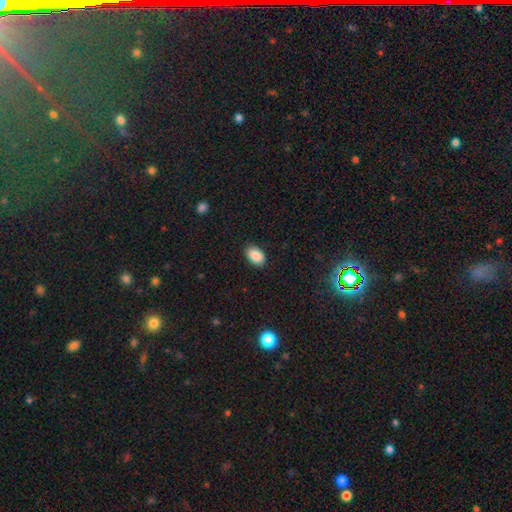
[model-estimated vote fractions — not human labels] Q: Smooth or featured?
A: smooth (88%); runner-up: star or artifact (7%)
Q: How rounded?
A: in between (89%); runner-up: round (10%)
Q: Merging?
A: none (88%); runner-up: minor disturbance (9%)